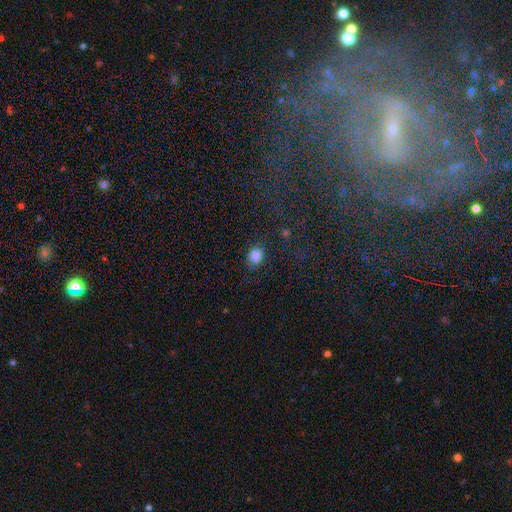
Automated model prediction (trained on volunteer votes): smooth_or_featured: smooth (p=0.84) [alt: star or artifact p=0.11]
how_rounded: round (p=0.61) [alt: in between p=0.38]
merging: none (p=0.73) [alt: minor disturbance p=0.19]